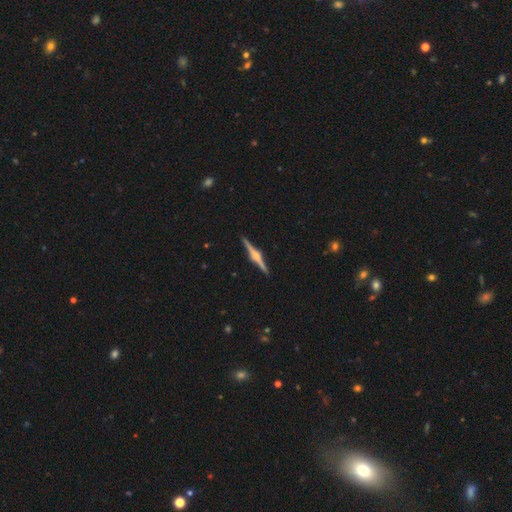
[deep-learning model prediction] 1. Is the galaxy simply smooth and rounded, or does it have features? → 85% featured or disk, 10% smooth, 5% star or artifact.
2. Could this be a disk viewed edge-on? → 99% yes, 1% no.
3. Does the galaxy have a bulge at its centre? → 88% rounded, 9% boxy, 3% none.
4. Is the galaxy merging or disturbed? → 92% none, 6% minor disturbance, 1% major disturbance, 1% merger.